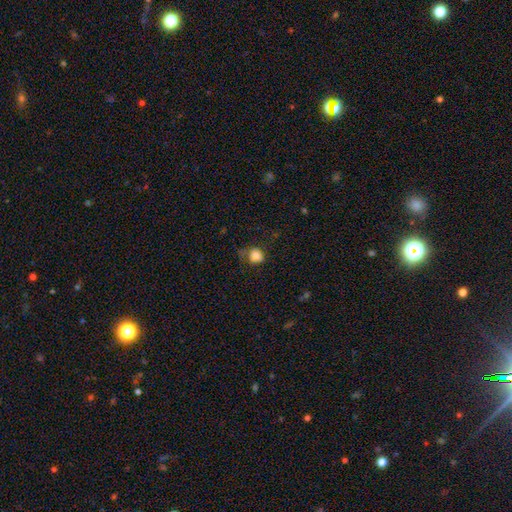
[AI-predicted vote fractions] Smooth or featured? Predicted: smooth (p=0.81). How rounded? Predicted: round (p=0.62). Merging? Predicted: none (p=0.46).